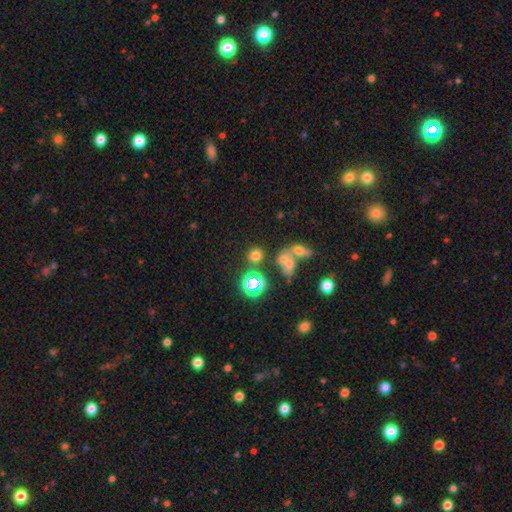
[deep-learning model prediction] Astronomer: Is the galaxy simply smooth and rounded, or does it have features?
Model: smooth — 65%.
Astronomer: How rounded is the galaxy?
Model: round — 80%.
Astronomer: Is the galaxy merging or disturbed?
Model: none — 63%.